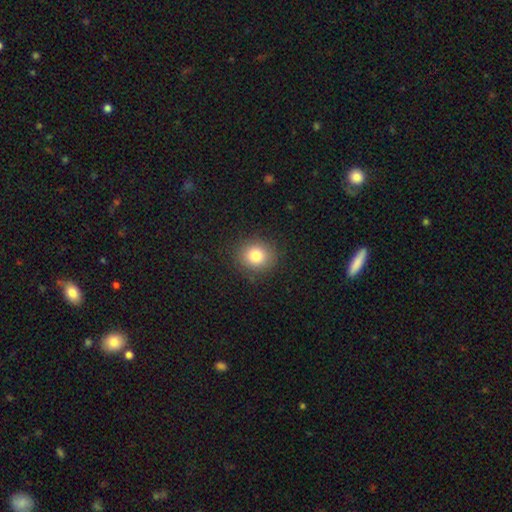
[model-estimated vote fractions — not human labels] Overall: smooth (81%). How rounded: round (80%). Merging: none (88%).